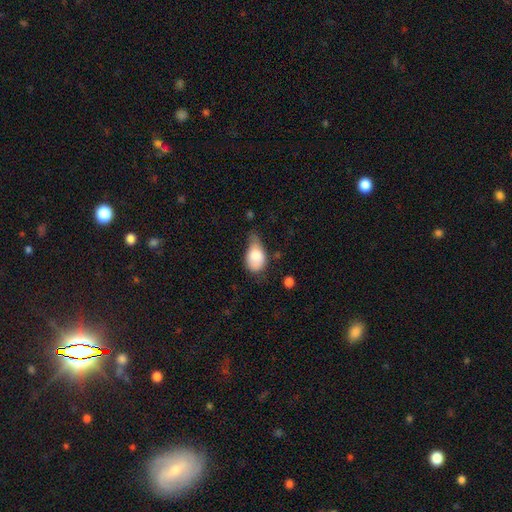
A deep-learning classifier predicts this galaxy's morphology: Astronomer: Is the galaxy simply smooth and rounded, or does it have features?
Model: smooth — 80%.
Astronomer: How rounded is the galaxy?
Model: in between — 83%.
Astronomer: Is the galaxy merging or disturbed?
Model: minor disturbance — 49%.